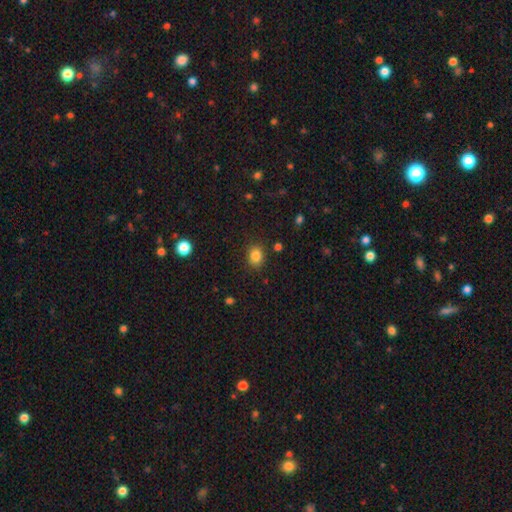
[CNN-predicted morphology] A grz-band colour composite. It shows a smooth galaxy with no disk features (84%) that is round (50%). Merging: none (84%).